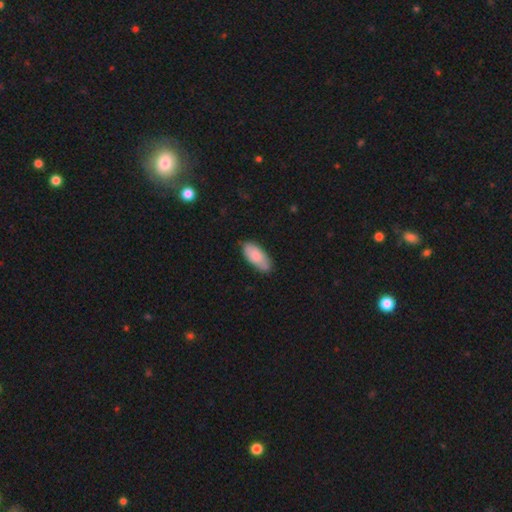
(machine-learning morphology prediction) Smooth or featured?
  - smooth: 84% *
  - featured or disk: 11%
  - star or artifact: 6%
How rounded?
  - in between: 87% *
  - cigar-shaped: 11%
  - round: 2%
Merging?
  - none: 74% *
  - minor disturbance: 21%
  - major disturbance: 3%
  - merger: 2%